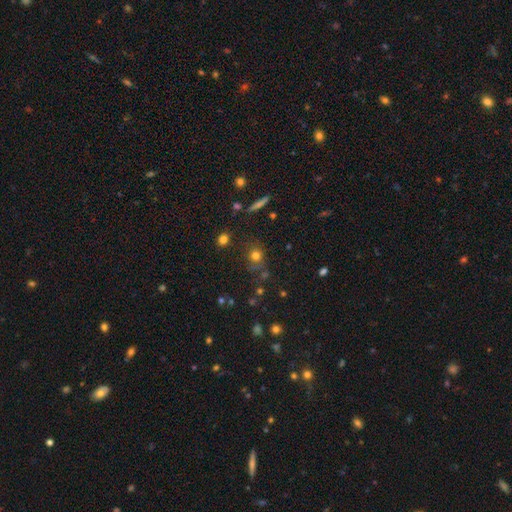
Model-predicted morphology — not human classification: Smooth or featured?
  - smooth: 73% *
  - star or artifact: 17%
  - featured or disk: 9%
How rounded?
  - round: 83% *
  - in between: 15%
  - cigar-shaped: 2%
Merging?
  - none: 73% *
  - minor disturbance: 15%
  - major disturbance: 6%
  - merger: 6%